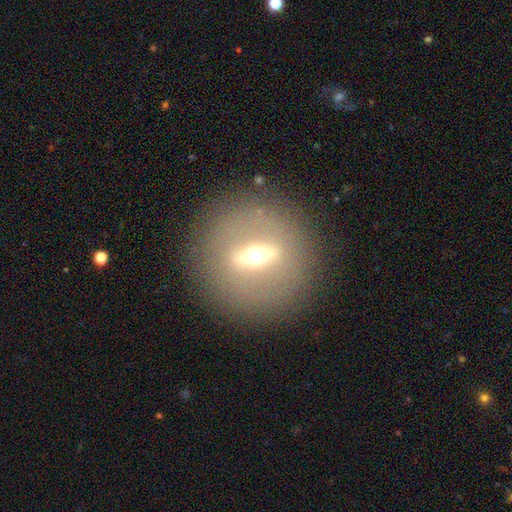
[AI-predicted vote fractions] Smooth or featured? featured or disk (75%)
Edge-on disk? yes (58%)
Merging? none (87%)